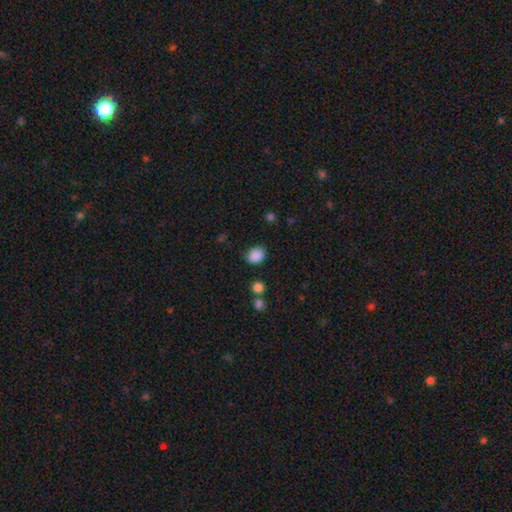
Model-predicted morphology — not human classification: Q: Smooth or featured?
A: smooth (87%); runner-up: star or artifact (9%)
Q: How rounded?
A: in between (54%); runner-up: round (45%)
Q: Merging?
A: none (80%); runner-up: minor disturbance (14%)